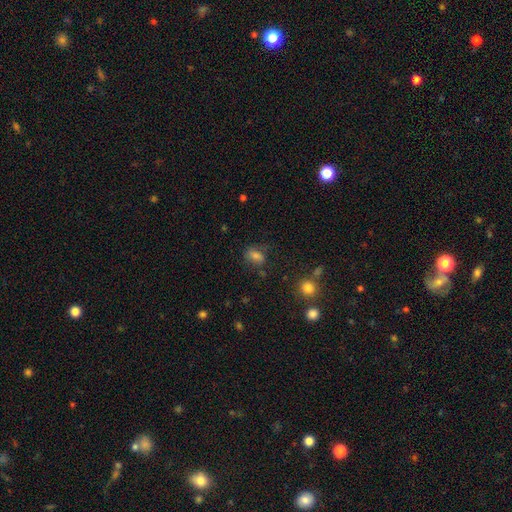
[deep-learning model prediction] smooth 72%, star or artifact 14%, featured or disk 14%. Down the decision tree: how rounded — in between (70%); merging — none (67%).